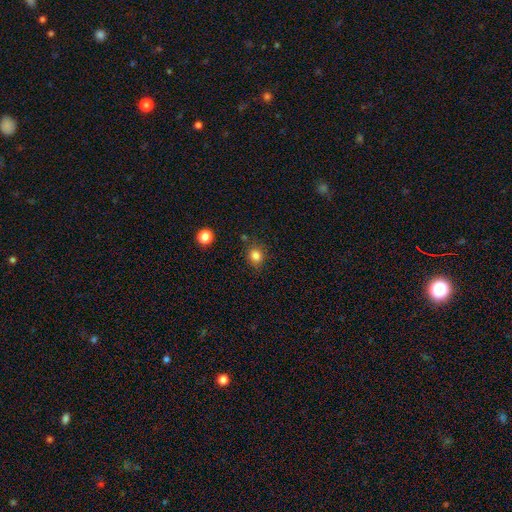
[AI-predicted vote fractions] A smooth galaxy with no disk features (82%) that is round (79%). Merging: none (81%).